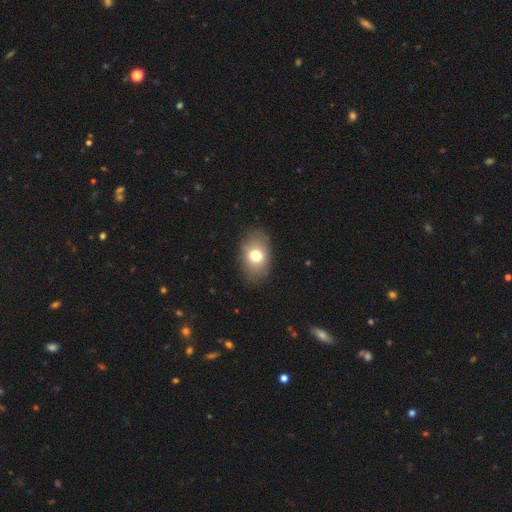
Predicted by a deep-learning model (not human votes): smooth 72%, featured or disk 18%, star or artifact 9%. Down the decision tree: how rounded — in between (81%); merging — none (83%).